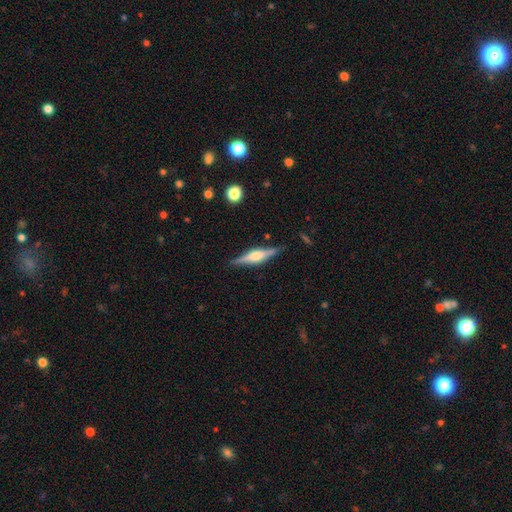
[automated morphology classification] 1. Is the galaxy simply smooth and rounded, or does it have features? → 75% featured or disk, 19% smooth, 6% star or artifact.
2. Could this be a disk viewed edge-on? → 98% yes, 2% no.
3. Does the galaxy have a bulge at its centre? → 81% rounded, 16% boxy, 3% none.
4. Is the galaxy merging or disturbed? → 88% none, 9% minor disturbance, 2% major disturbance, 1% merger.